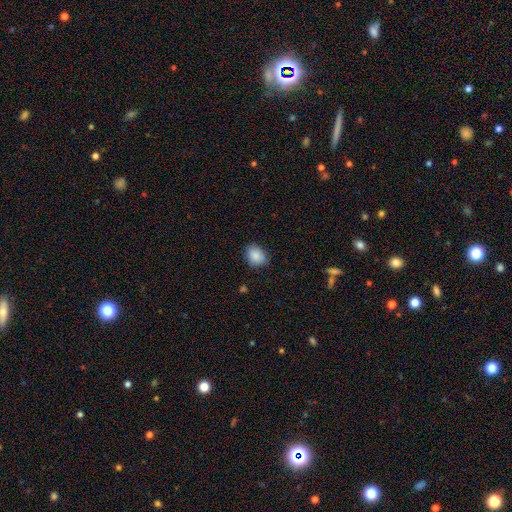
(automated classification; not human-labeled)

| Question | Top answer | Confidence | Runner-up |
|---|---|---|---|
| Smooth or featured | smooth | 88% | star or artifact (8%) |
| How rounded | in between | 56% | round (44%) |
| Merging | none | 77% | minor disturbance (18%) |